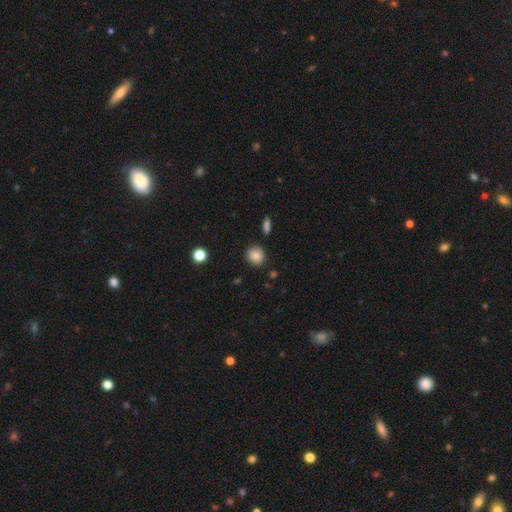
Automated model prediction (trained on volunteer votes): This appears to be a smooth galaxy with no disk features (87%) that is round (84%). Merging: none (87%).